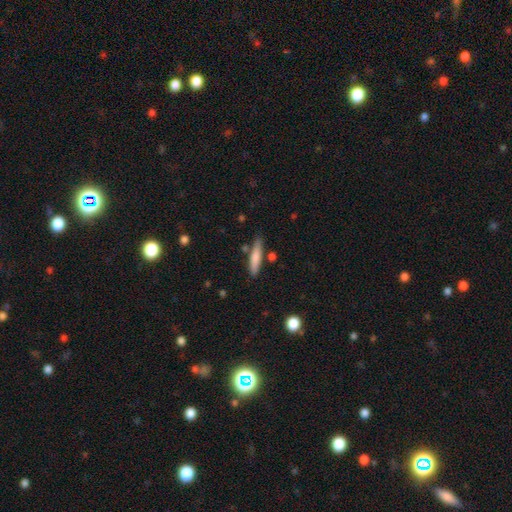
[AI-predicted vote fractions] This is likely a smooth galaxy (75%). How rounded: clearly cigar-shaped (86%). Merging: likely none (80%).